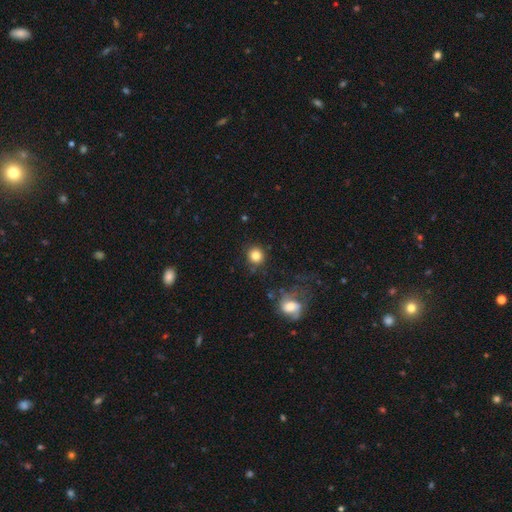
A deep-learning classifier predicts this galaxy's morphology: type=smooth (83%); roundness=round (91%); merging=none (85%).